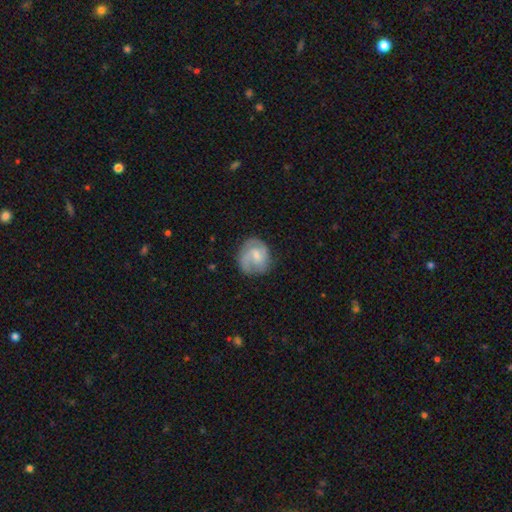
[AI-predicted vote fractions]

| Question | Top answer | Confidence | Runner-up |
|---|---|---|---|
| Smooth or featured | featured or disk | 68% | smooth (26%) |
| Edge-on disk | no | 98% | yes (2%) |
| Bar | weak | 47% | no (46%) |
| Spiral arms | yes | 91% | no (9%) |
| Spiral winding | medium | 44% | tight (38%) |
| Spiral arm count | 2 | 58% | can't tell (16%) |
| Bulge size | small | 52% | moderate (34%) |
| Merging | none | 70% | minor disturbance (20%) |